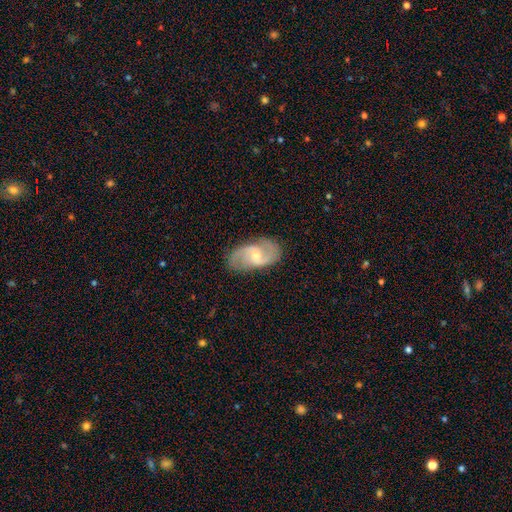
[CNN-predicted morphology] This is clearly a featured or disk galaxy (84%). It is clearly not viewed edge-on (96%). Bar: possibly weak (54%). Spiral arm pattern: clearly yes (95%). Spiral arm count: clearly 2 (89%). Spiral winding: possibly medium (52%). Central bulge: possibly small (55%). Merging: clearly none (82%).